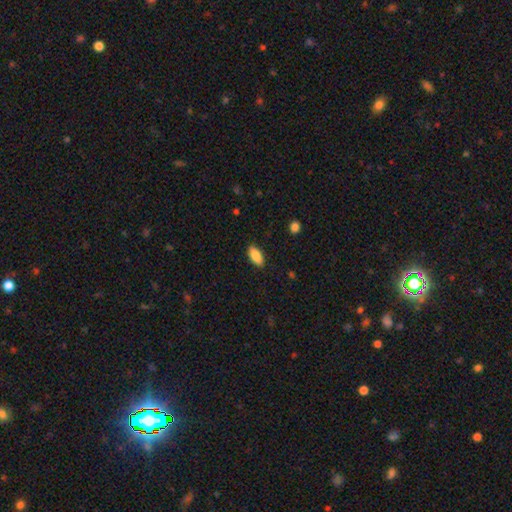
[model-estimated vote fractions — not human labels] smooth-or-featured: smooth: 86% | featured or disk: 8% | star or artifact: 7%
  how-rounded: in between: 83% | cigar-shaped: 15% | round: 2%
  merging: none: 87% | minor disturbance: 10% | major disturbance: 2% | merger: 1%